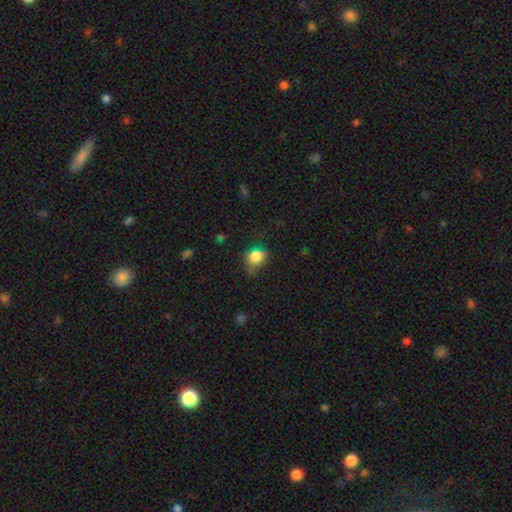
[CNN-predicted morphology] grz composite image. It shows a smooth galaxy with no disk features (79%) that is round (57%). Merging: none (51%).